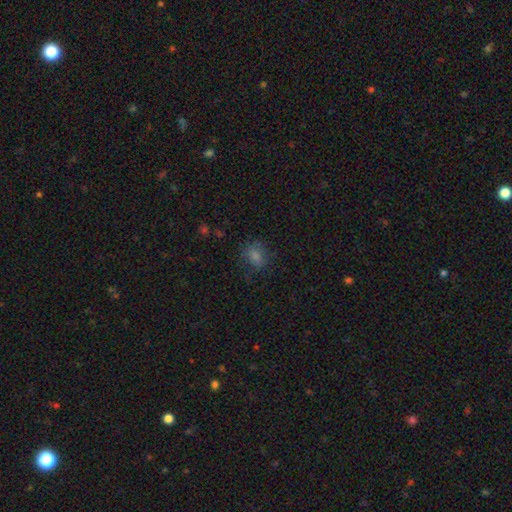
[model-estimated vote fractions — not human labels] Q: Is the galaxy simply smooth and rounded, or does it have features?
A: smooth — 66%.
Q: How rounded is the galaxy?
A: round — 52%.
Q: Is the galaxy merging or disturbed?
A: none — 72%.